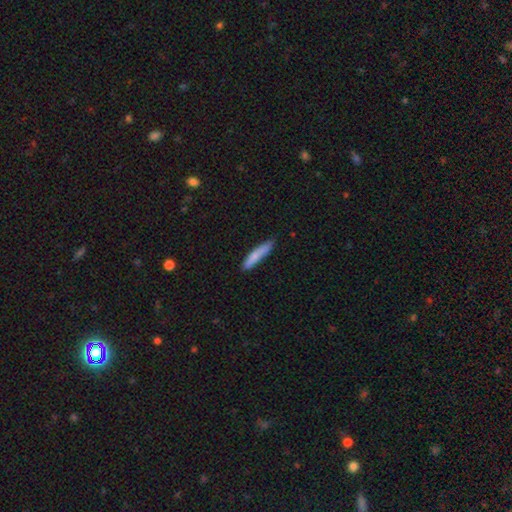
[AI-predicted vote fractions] This is likely a smooth galaxy (75%). How rounded: clearly cigar-shaped (88%). Merging: likely none (79%).